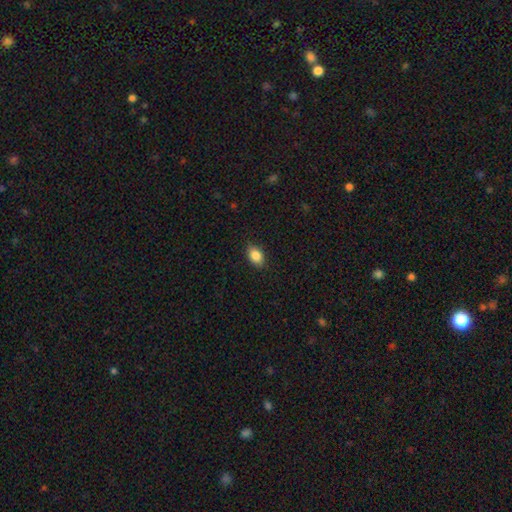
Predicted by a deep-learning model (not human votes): smooth 86%, star or artifact 8%, featured or disk 6%. Down the decision tree: how rounded — in between (86%); merging — none (87%).